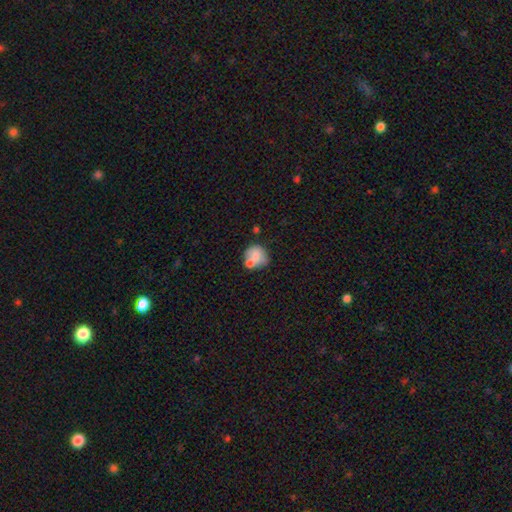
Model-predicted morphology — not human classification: The model was most divided on "merging": none: 41%, merger: 36%, minor disturbance: 16%, major disturbance: 7%. More confident: how rounded — round (73%); smooth or featured — smooth (69%).